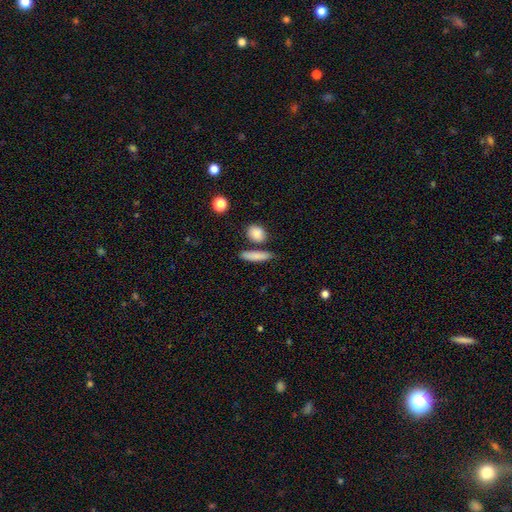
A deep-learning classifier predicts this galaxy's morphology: smooth 83%, featured or disk 11%, star or artifact 6%. Down the decision tree: how rounded — cigar-shaped (59%); merging — none (75%).